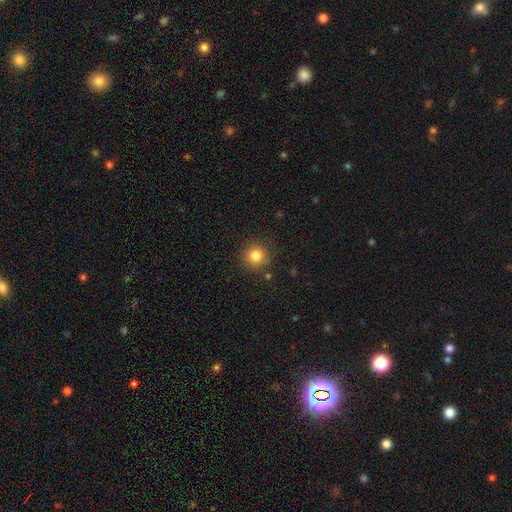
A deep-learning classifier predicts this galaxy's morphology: Smooth or featured: smooth — 83% (star or artifact — 11%)
How rounded: round — 94% (in between — 5%)
Merging: none — 87% (minor disturbance — 8%)